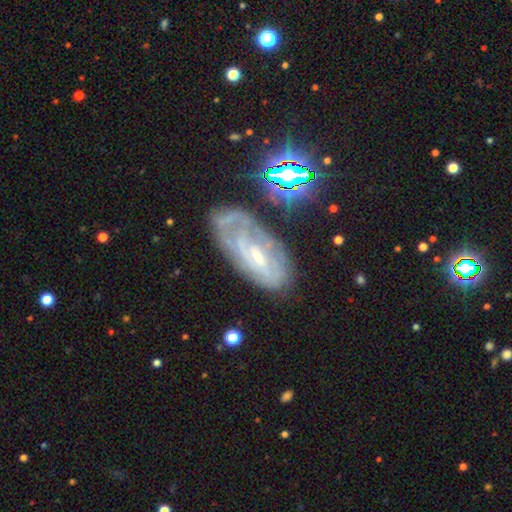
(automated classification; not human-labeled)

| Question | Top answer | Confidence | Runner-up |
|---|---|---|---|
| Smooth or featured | featured or disk | 69% | smooth (20%) |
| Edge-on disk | no | 91% | yes (9%) |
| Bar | weak | 43% | no (40%) |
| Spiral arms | yes | 73% | no (27%) |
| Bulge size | small | 68% | moderate (23%) |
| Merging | none | 59% | minor disturbance (24%) |